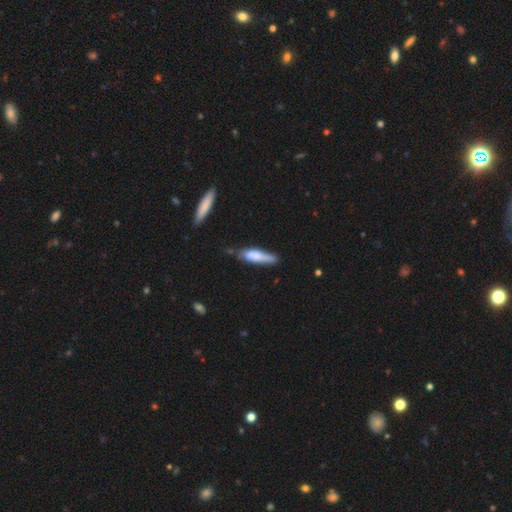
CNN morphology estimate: smooth 66%, featured or disk 28%, star or artifact 6%. Down the decision tree: how rounded — cigar-shaped (74%); merging — none (55%).